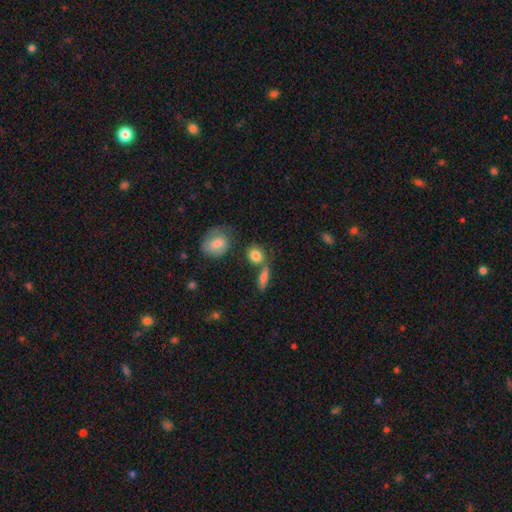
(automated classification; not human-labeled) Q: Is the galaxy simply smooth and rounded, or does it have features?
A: smooth — 82%.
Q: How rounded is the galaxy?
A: round — 59%.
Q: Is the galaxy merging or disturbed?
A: none — 57%.